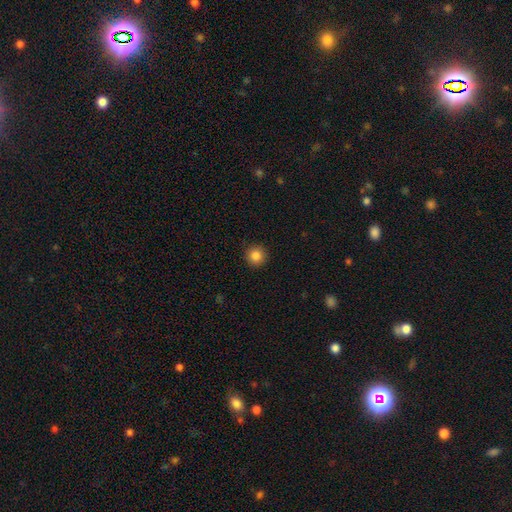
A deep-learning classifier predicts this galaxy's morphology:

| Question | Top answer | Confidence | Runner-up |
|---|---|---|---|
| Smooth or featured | smooth | 85% | star or artifact (11%) |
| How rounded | round | 95% | in between (4%) |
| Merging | none | 92% | minor disturbance (5%) |